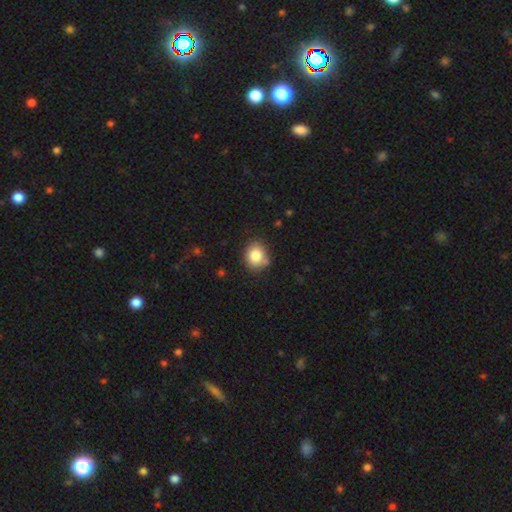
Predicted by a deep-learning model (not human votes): smooth 83%, star or artifact 10%, featured or disk 7%. Down the decision tree: how rounded — round (63%); merging — none (74%).